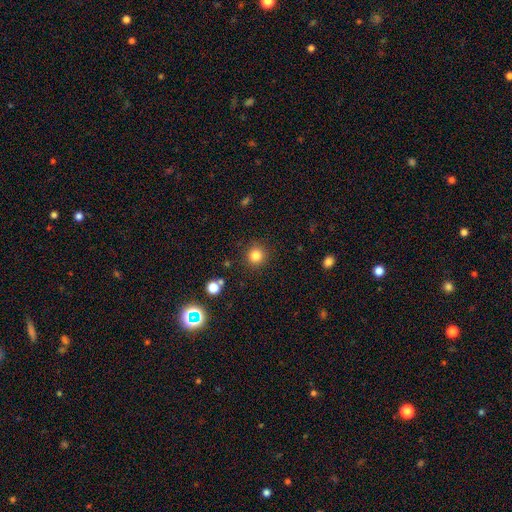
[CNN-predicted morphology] Q: Smooth or featured?
A: smooth (82%); runner-up: star or artifact (13%)
Q: How rounded?
A: round (93%); runner-up: in between (6%)
Q: Merging?
A: none (90%); runner-up: minor disturbance (6%)